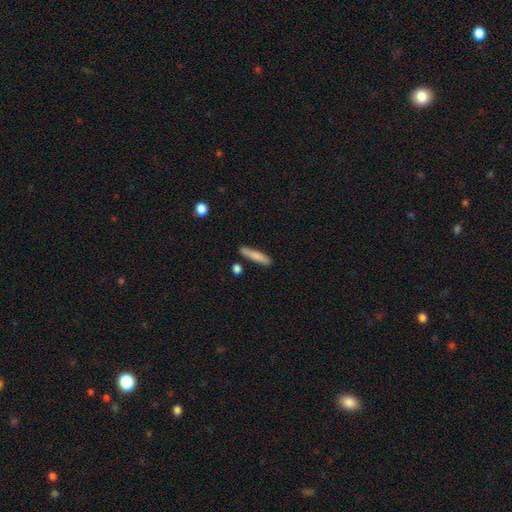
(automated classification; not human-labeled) Smooth or featured? Predicted: smooth (p=0.80). How rounded? Predicted: cigar-shaped (p=0.86). Merging? Predicted: none (p=0.83).